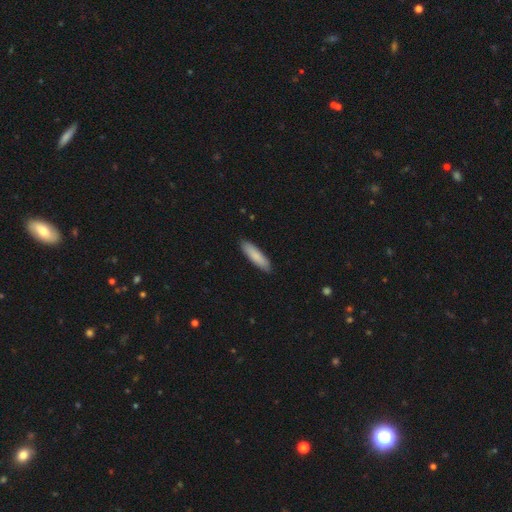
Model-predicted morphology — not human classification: type=smooth (85%); roundness=cigar-shaped (66%); merging=none (89%).